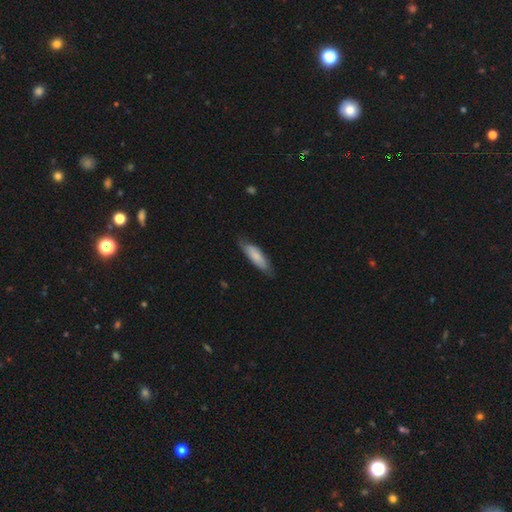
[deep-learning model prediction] Smooth or featured? Predicted: smooth (p=0.72). How rounded? Predicted: in between (p=0.50). Merging? Predicted: none (p=0.71).